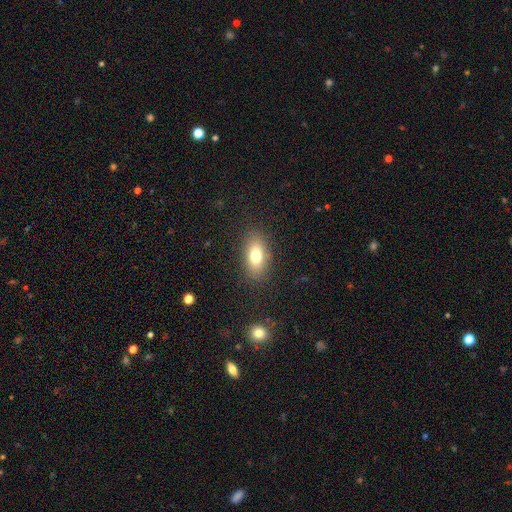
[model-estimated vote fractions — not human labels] Morphology: type=smooth (77%); roundness=in between (86%); merging=none (85%).